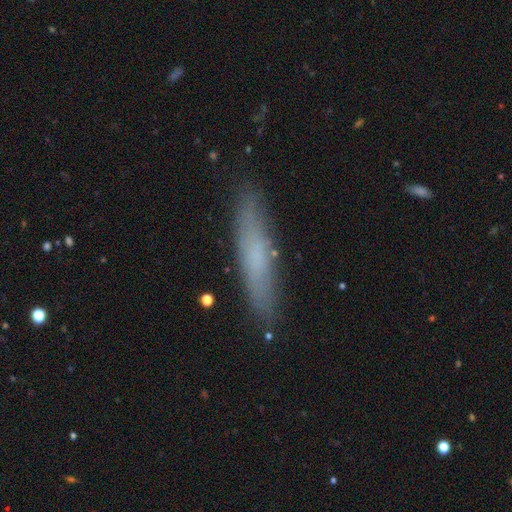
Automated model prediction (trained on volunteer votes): A smooth galaxy with no disk features (61%) that is cigar-shaped (88%).

Vote fractions:
- Smooth or featured? smooth: 61% / featured or disk: 31% / star or artifact: 8%
- How rounded? cigar-shaped: 88% / in between: 10% / round: 1%
- Merging? none: 85% / minor disturbance: 11% / major disturbance: 2% / merger: 2%